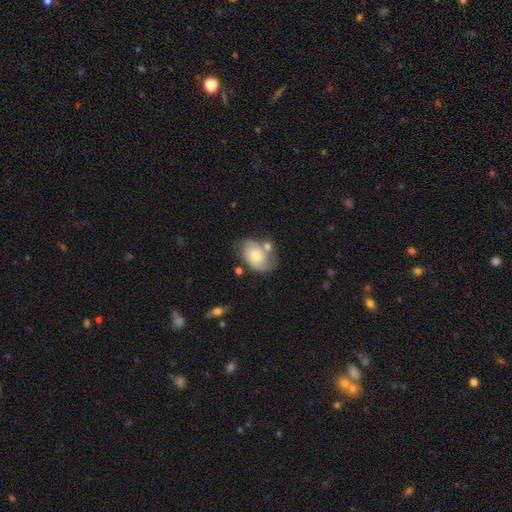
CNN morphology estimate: smooth-or-featured: featured or disk: 50% | smooth: 43% | star or artifact: 7%
  merging: none: 47% | minor disturbance: 22% | merger: 20% | major disturbance: 10%